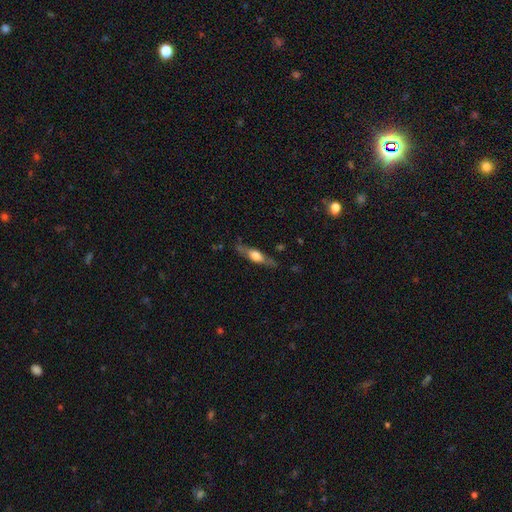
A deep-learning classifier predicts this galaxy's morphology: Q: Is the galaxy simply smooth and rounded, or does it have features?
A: featured or disk — 53%.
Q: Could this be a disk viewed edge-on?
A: yes — 84%.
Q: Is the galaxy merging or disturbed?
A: none — 79%.